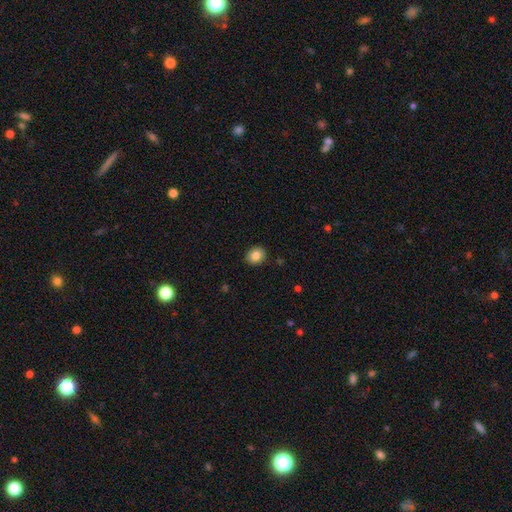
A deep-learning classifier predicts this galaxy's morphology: Smooth or featured?
  - smooth: 83% *
  - star or artifact: 9%
  - featured or disk: 8%
How rounded?
  - round: 64% *
  - in between: 35%
  - cigar-shaped: 1%
Merging?
  - none: 90% *
  - minor disturbance: 7%
  - major disturbance: 2%
  - merger: 1%